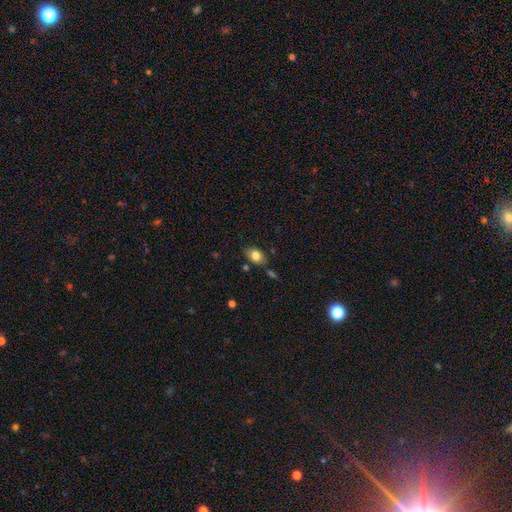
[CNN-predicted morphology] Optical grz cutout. It shows a smooth galaxy with no disk features (82%) that is in between round and cigar-shaped (79%). Merging: none (73%).